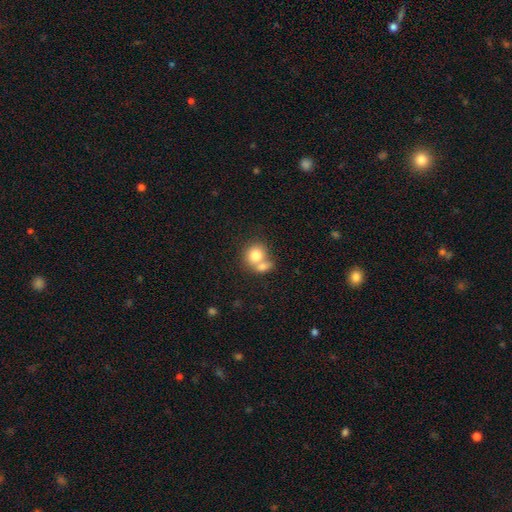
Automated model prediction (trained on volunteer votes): This appears to be a smooth galaxy with no disk features (77%) that is round (72%). Merging: merger (57%).